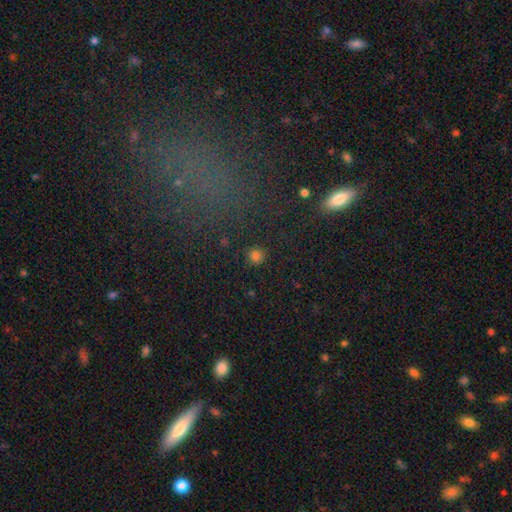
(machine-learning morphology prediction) This is likely a smooth galaxy (79%). How rounded: clearly round (93%). Merging: clearly none (87%).